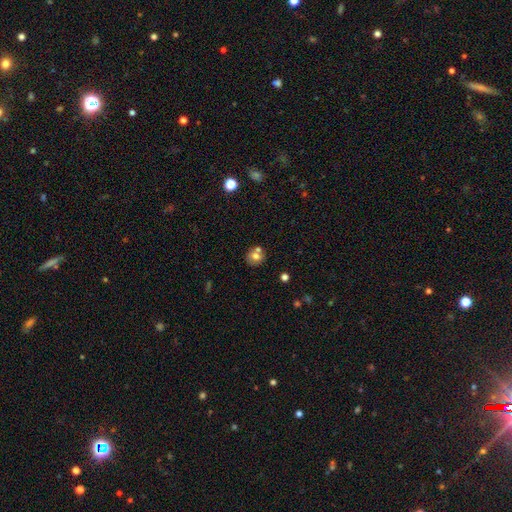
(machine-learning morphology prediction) Smooth or featured? Predicted: smooth (p=0.71). How rounded? Predicted: round (p=0.84). Merging? Predicted: none (p=0.62).